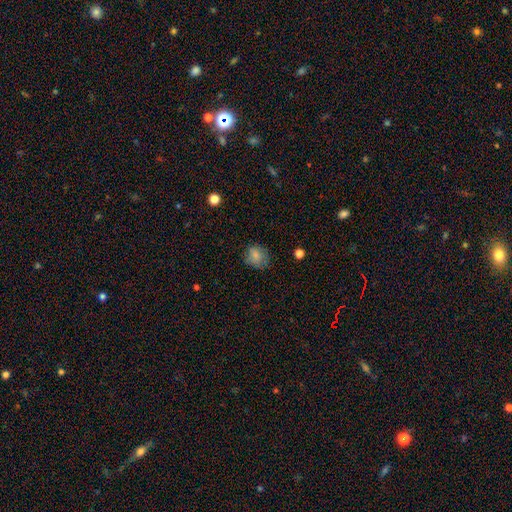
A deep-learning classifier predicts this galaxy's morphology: The model was most divided on "how rounded": round: 62%, in between: 37%, cigar-shaped: 1%. More confident: smooth or featured — smooth (81%); merging — none (67%).